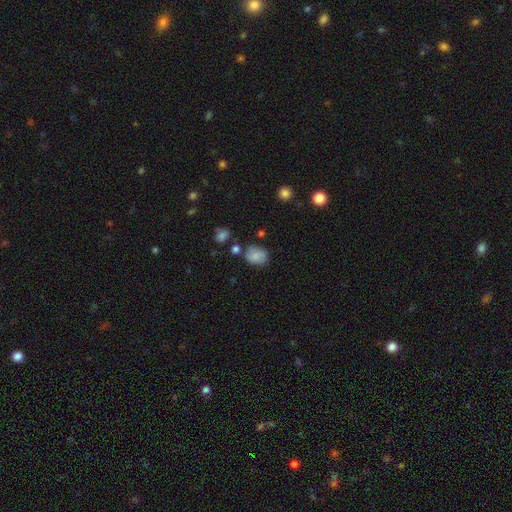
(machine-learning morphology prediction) smooth_or_featured: smooth (p=0.82) [alt: star or artifact p=0.10]
how_rounded: in between (p=0.55) [alt: round p=0.44]
merging: none (p=0.66) [alt: minor disturbance p=0.20]